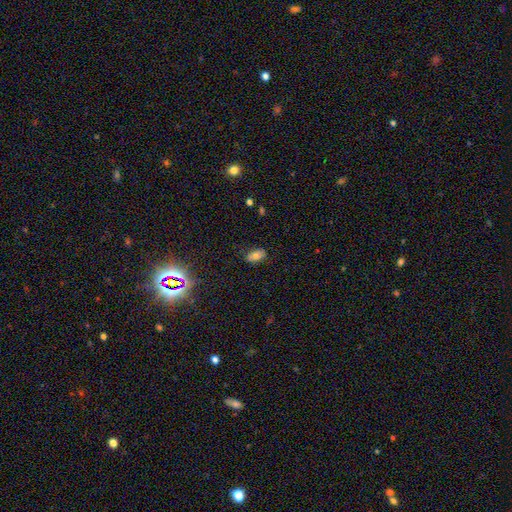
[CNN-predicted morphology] Smooth or featured: smooth — 72% (featured or disk — 15%)
How rounded: in between — 90% (round — 8%)
Merging: none — 81% (minor disturbance — 15%)